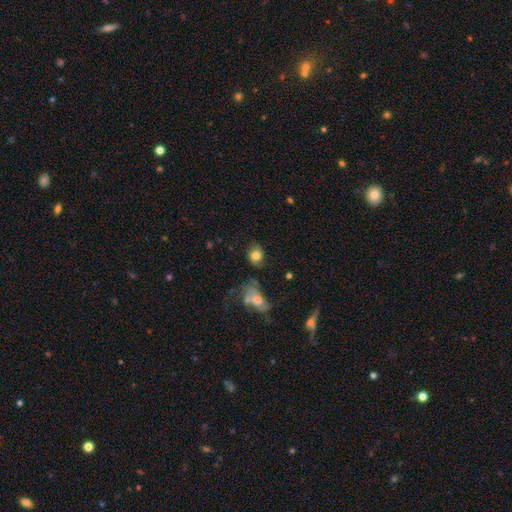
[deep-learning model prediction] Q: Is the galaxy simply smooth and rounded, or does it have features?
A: smooth — 74%.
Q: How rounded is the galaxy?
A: in between — 51%.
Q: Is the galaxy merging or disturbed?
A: none — 61%.